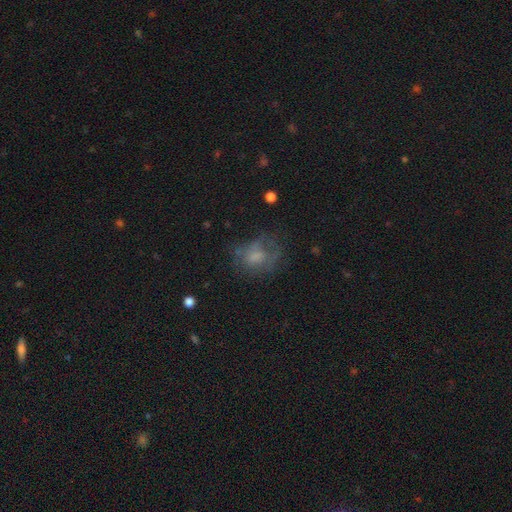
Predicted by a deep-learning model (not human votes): Q: Smooth or featured?
A: smooth (52%); runner-up: featured or disk (34%)
Q: How rounded?
A: round (50%); runner-up: in between (49%)
Q: Merging?
A: none (49%); runner-up: major disturbance (26%)